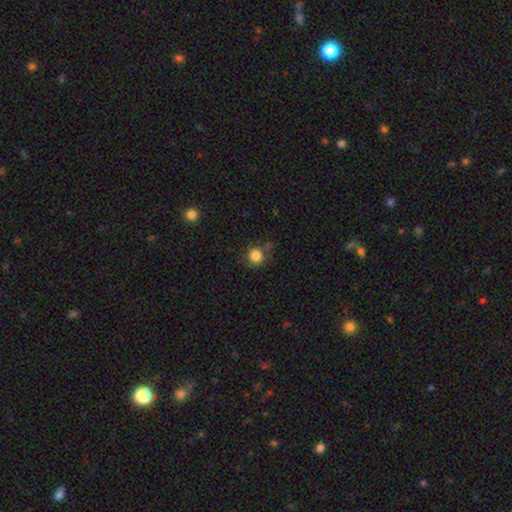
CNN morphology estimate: Overall: smooth (84%). How rounded: round (91%). Merging: none (74%).